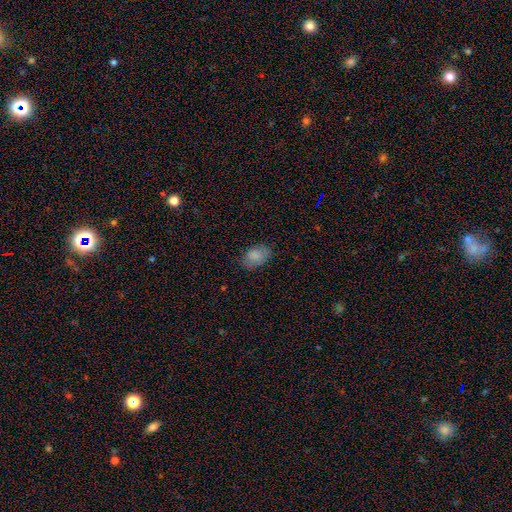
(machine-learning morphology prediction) type=smooth (85%); roundness=in between (88%); merging=none (79%).